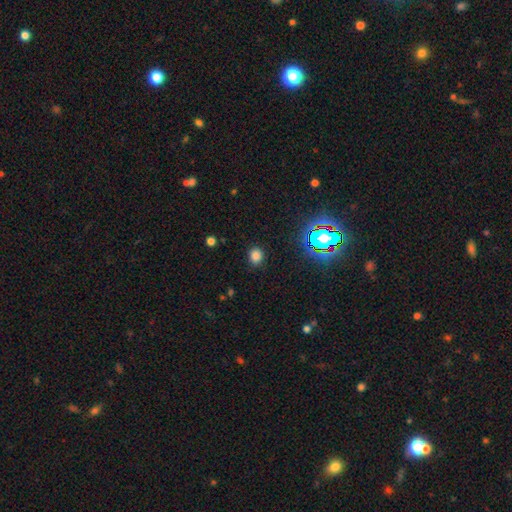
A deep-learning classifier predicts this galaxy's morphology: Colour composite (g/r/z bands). It shows a smooth galaxy with no disk features (76%) that is round (75%). Merging: none (86%).